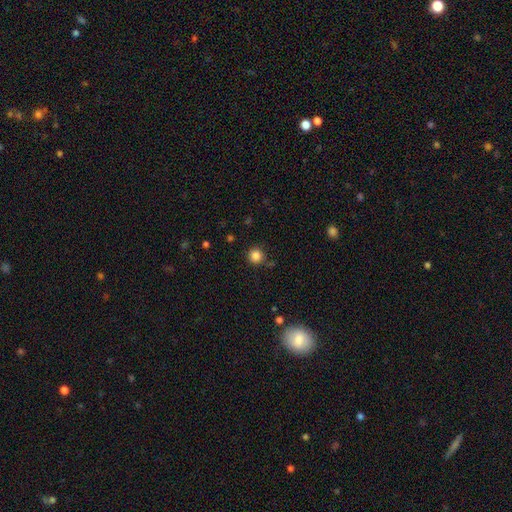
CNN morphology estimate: type=smooth (84%); roundness=round (94%); merging=none (83%).